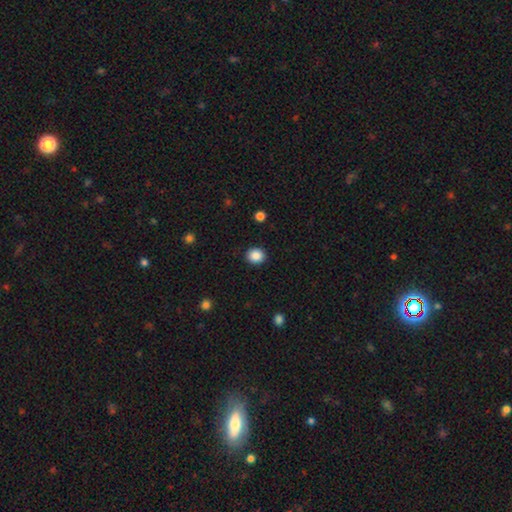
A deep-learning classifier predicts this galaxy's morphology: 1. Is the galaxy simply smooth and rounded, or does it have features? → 88% smooth, 9% star or artifact, 3% featured or disk.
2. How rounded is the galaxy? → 76% round, 23% in between, 1% cigar-shaped.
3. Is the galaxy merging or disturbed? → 91% none, 6% minor disturbance, 2% major disturbance, 1% merger.